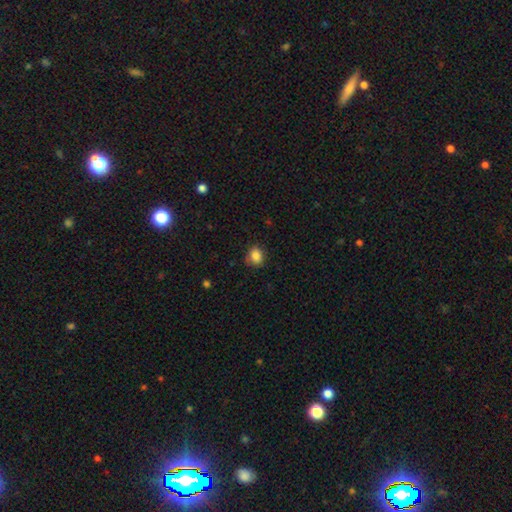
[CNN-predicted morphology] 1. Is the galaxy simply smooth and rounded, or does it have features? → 85% smooth, 10% star or artifact, 5% featured or disk.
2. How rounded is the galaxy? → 64% round, 35% in between, 1% cigar-shaped.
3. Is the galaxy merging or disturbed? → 75% none, 19% minor disturbance, 4% major disturbance, 1% merger.